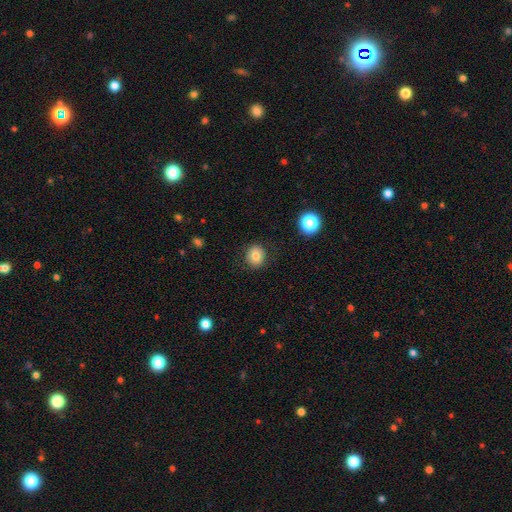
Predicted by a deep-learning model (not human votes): Smooth or featured? smooth (78%)
How rounded? round (79%)
Merging? none (88%)